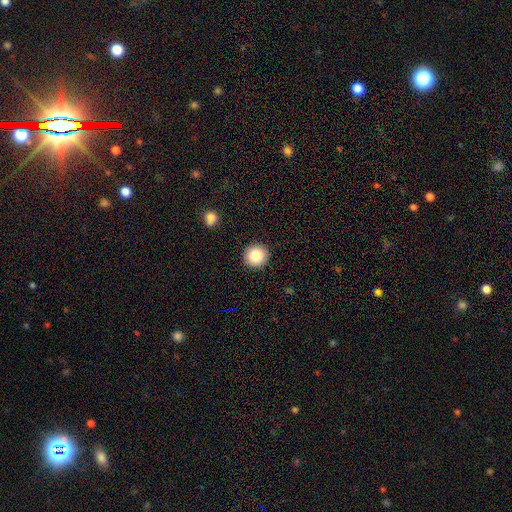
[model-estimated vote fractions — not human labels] smooth_or_featured: smooth (p=0.85) [alt: star or artifact p=0.09]
how_rounded: round (p=0.94) [alt: in between p=0.05]
merging: none (p=0.92) [alt: minor disturbance p=0.05]